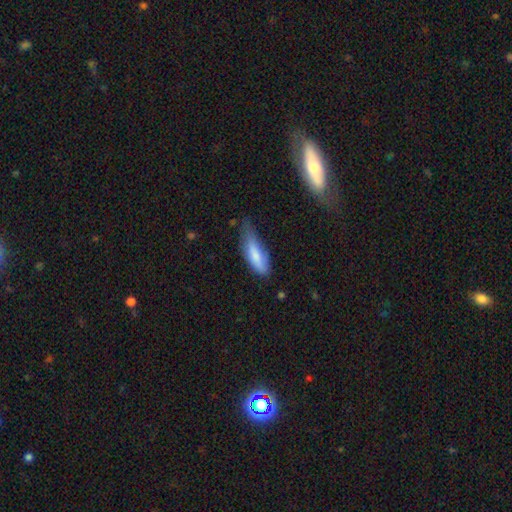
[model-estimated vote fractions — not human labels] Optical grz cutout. It shows a smooth galaxy with no disk features (77%) that is in between round and cigar-shaped (58%). Merging: minor disturbance (45%).